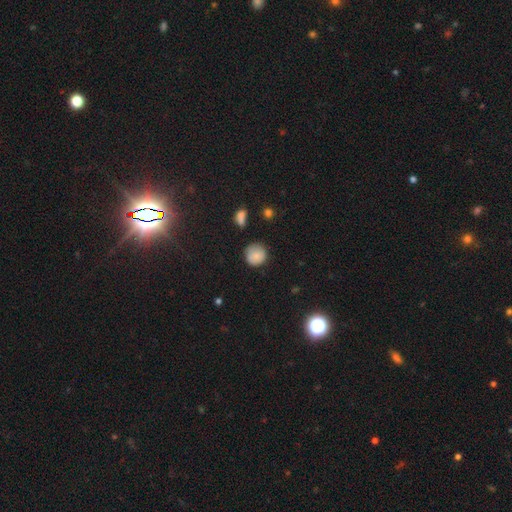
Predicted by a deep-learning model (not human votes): Smooth or featured?
  - smooth: 83% *
  - star or artifact: 10%
  - featured or disk: 7%
How rounded?
  - round: 92% *
  - in between: 7%
  - cigar-shaped: 1%
Merging?
  - none: 76% *
  - minor disturbance: 18%
  - major disturbance: 4%
  - merger: 3%